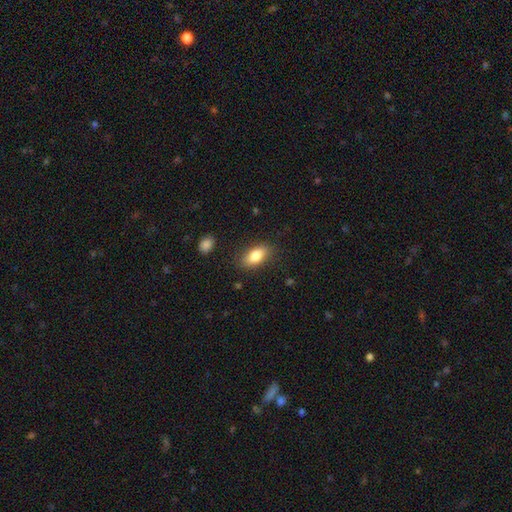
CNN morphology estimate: This appears to be a smooth galaxy with no disk features (82%) that is in between round and cigar-shaped (87%). Merging: none (83%).